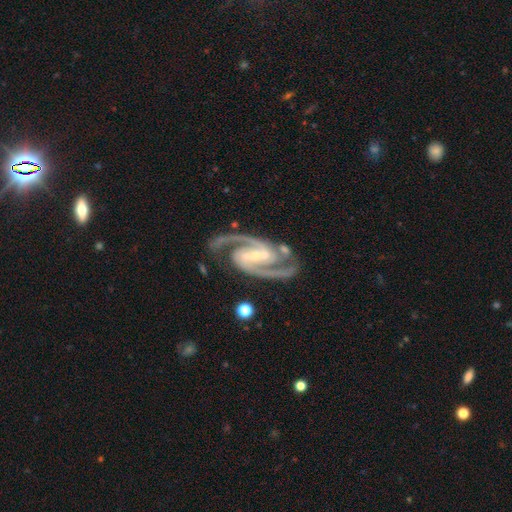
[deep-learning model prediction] smooth-or-featured: featured or disk: 94% | star or artifact: 4% | smooth: 2%
  disk-edge-on: no: 98% | yes: 2%
    bar: strong: 57% | weak: 31% | no: 11%
    has-spiral-arms: yes: 99% | no: 1%
      spiral-winding: medium: 65% | tight: 27% | loose: 8%
      spiral-arm-count: 2: 91% | 3: 4% | can't tell: 1% | 4: 1% | 1: 1% | more than 4: 1%
    bulge-size: small: 72% | moderate: 23% | none: 3% | large: 1% | dominant: 1%
  merging: none: 77% | minor disturbance: 14% | major disturbance: 5% | merger: 4%